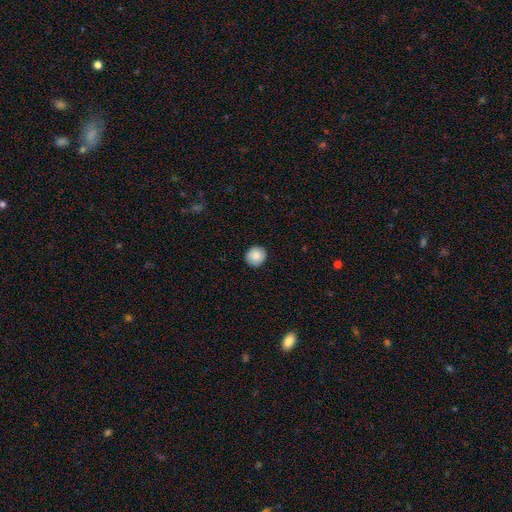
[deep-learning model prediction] smooth_or_featured: smooth (p=0.88) [alt: star or artifact p=0.08]
how_rounded: round (p=0.90) [alt: in between p=0.09]
merging: none (p=0.91) [alt: minor disturbance p=0.06]